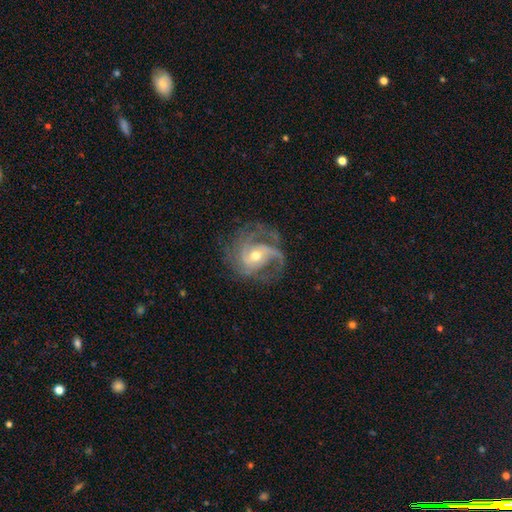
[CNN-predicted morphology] A featured or disk galaxy (88%) with no bar (50%), 2 (35%) medium (47%) spiral arms (96%) and a moderate central bulge (62%). Merging: none (64%).